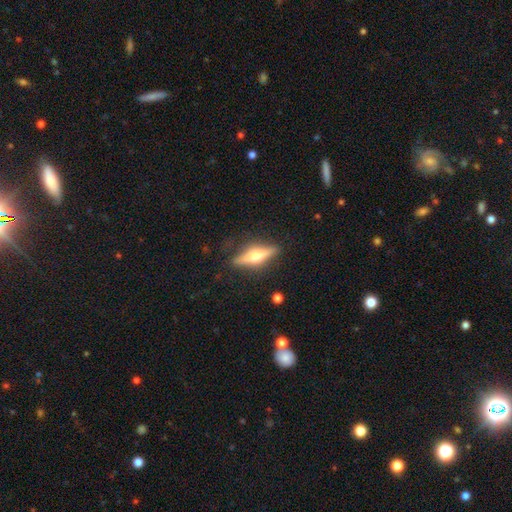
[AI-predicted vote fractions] A featured or disk galaxy (63%) viewed edge-on (94%) with a rounded central bulge (93%).

Vote fractions:
- Smooth or featured? featured or disk: 63% / smooth: 31% / star or artifact: 6%
- Edge-on disk? yes: 94% / no: 6%
- Edge-on bulge? rounded: 93% / boxy: 5% / none: 3%
- Merging? none: 82% / minor disturbance: 12% / major disturbance: 4% / merger: 1%